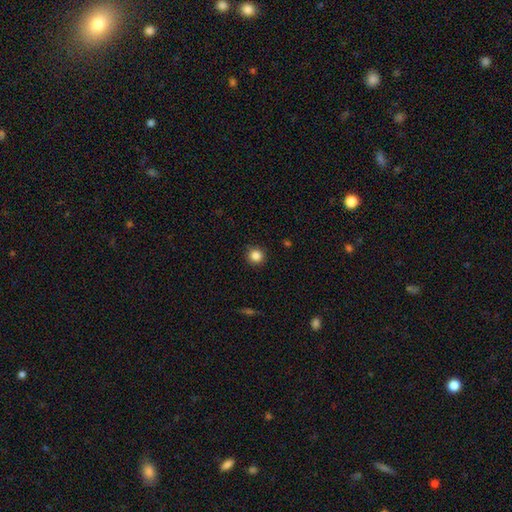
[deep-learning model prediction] Smooth or featured: smooth — 85% (star or artifact — 11%)
How rounded: round — 94% (in between — 5%)
Merging: none — 92% (minor disturbance — 6%)